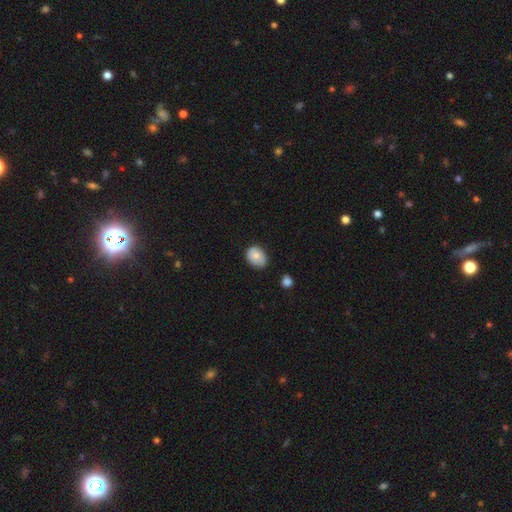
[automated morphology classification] Smooth or featured?
  - smooth: 80% *
  - featured or disk: 12%
  - star or artifact: 8%
How rounded?
  - in between: 65% *
  - round: 34%
  - cigar-shaped: 1%
Merging?
  - none: 70% *
  - minor disturbance: 24%
  - major disturbance: 4%
  - merger: 2%